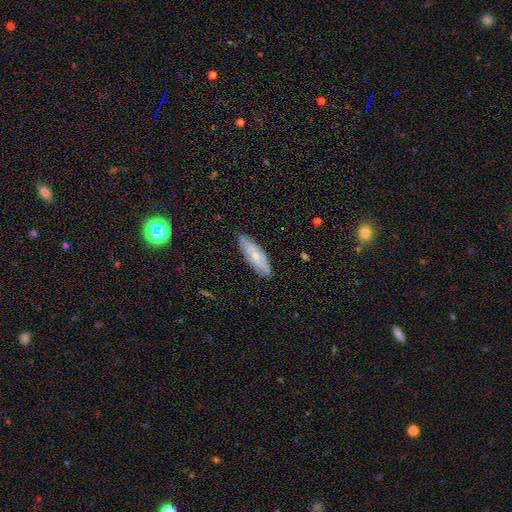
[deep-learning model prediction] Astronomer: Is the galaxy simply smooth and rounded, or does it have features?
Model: smooth — 59%.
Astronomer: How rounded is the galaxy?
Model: in between — 55% (runner-up: cigar-shaped, 43%).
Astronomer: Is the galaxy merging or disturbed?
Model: none — 80%.